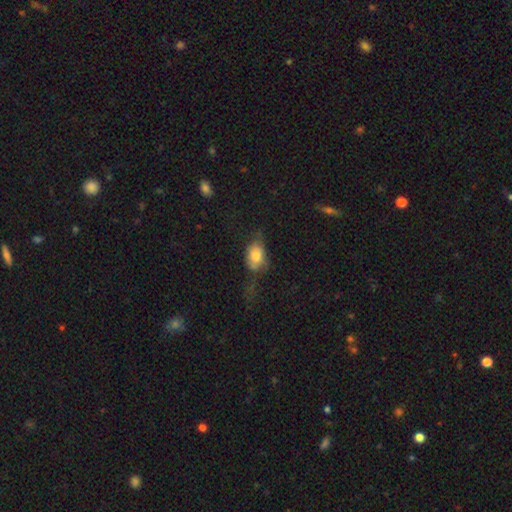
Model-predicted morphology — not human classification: smooth_or_featured: smooth (p=0.73) [alt: featured or disk p=0.18]
how_rounded: in between (p=0.78) [alt: round p=0.19]
merging: none (p=0.34) [alt: major disturbance p=0.31]